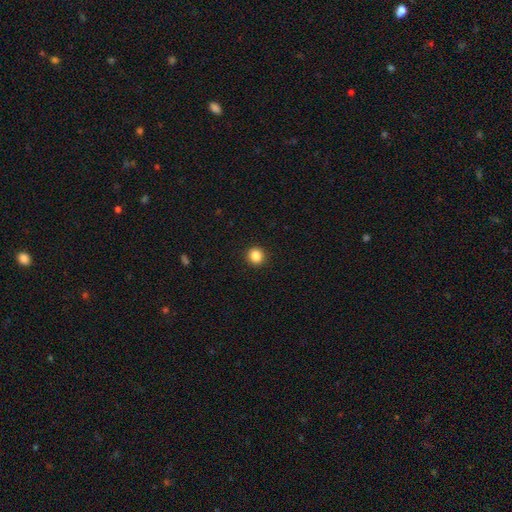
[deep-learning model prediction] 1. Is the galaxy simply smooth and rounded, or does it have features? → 86% smooth, 10% star or artifact, 4% featured or disk.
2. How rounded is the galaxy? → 92% round, 7% in between, 1% cigar-shaped.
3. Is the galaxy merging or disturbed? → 93% none, 4% minor disturbance, 2% major disturbance, 1% merger.